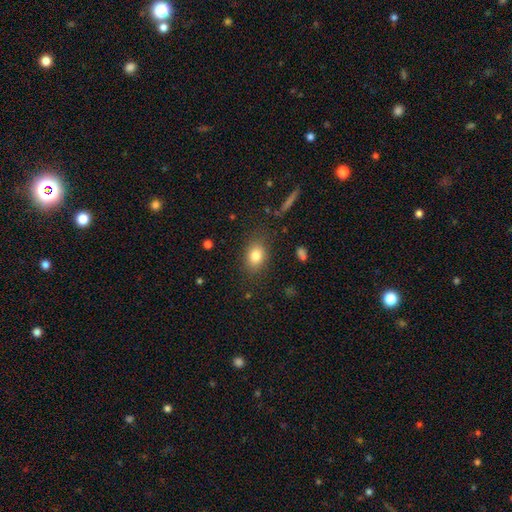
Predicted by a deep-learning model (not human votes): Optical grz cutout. It shows a smooth galaxy with no disk features (81%) that is in between round and cigar-shaped (72%). Merging: none (82%).